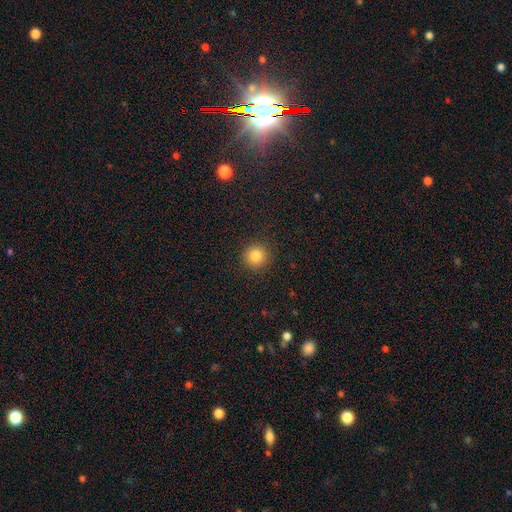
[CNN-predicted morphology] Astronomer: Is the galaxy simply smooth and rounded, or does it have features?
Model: smooth — 84%.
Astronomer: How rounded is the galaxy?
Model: round — 94%.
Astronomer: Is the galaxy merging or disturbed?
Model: none — 91%.